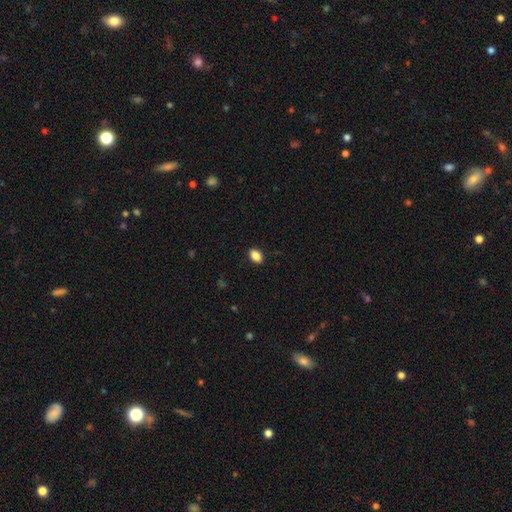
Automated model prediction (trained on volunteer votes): smooth-or-featured: smooth: 88% | star or artifact: 8% | featured or disk: 4%
  how-rounded: in between: 85% | round: 13% | cigar-shaped: 2%
  merging: none: 89% | minor disturbance: 8% | major disturbance: 2% | merger: 1%